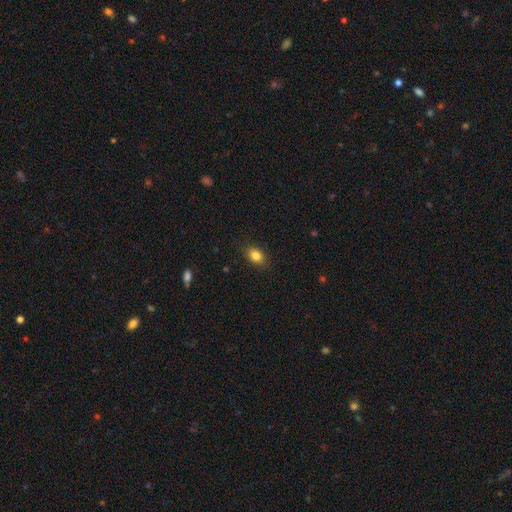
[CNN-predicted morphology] smooth_or_featured: smooth (p=0.84) [alt: star or artifact p=0.10]
how_rounded: in between (p=0.73) [alt: round p=0.26]
merging: none (p=0.87) [alt: minor disturbance p=0.10]